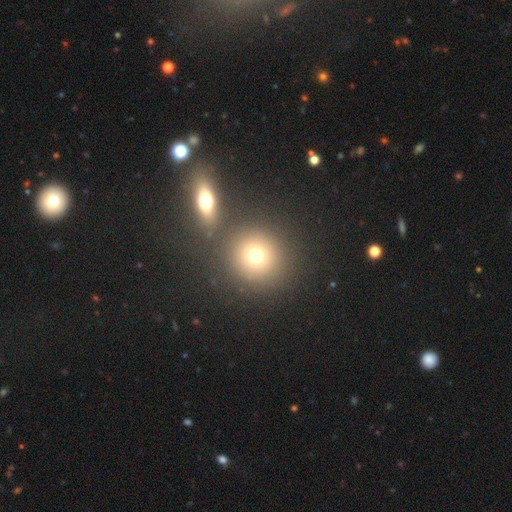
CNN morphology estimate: smooth 72%, star or artifact 15%, featured or disk 13%. Down the decision tree: how rounded — round (90%); merging — none (72%).